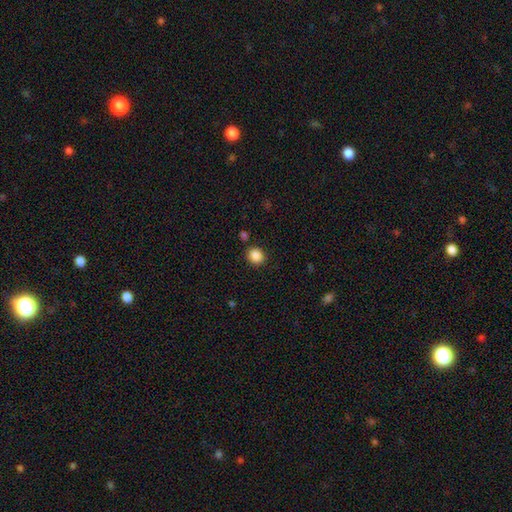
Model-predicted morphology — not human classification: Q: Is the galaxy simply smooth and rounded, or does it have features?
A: smooth — 87%.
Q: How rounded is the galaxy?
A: round — 80%.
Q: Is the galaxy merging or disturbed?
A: none — 86%.